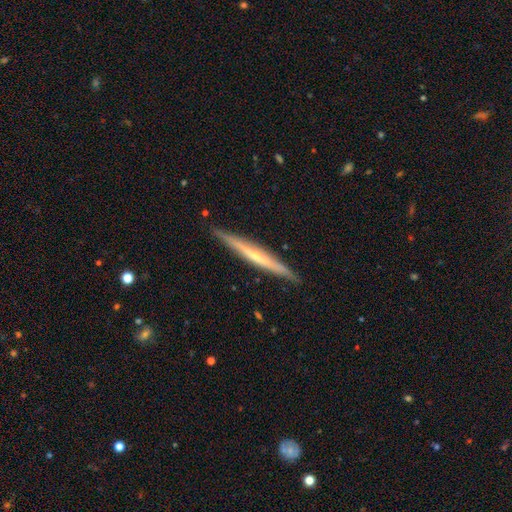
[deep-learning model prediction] A featured or disk galaxy (70%) viewed edge-on (96%) with a rounded central bulge (57%).

Vote fractions:
- Smooth or featured? featured or disk: 70% / smooth: 24% / star or artifact: 6%
- Edge-on disk? yes: 96% / no: 4%
- Edge-on bulge? rounded: 57% / none: 38% / boxy: 5%
- Merging? none: 89% / minor disturbance: 8% / major disturbance: 1% / merger: 1%